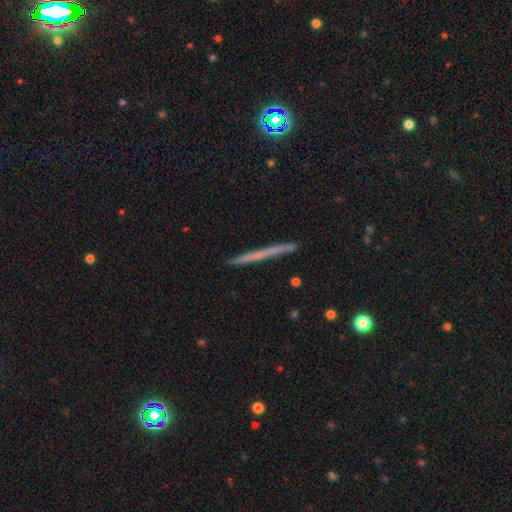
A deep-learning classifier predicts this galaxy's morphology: type=smooth (47%, tied with featured or disk); merging=none (90%).